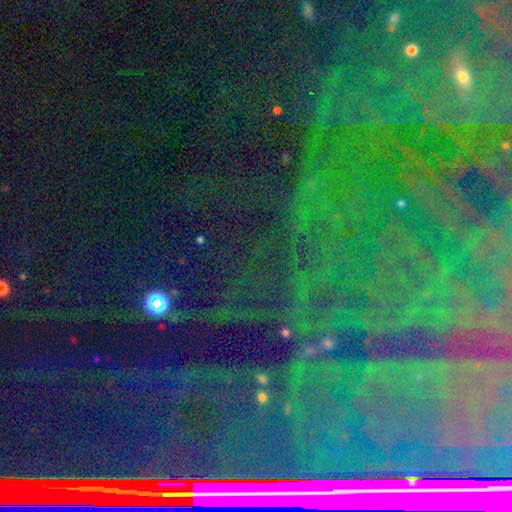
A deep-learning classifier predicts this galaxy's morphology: Smooth or featured? star or artifact (73%)